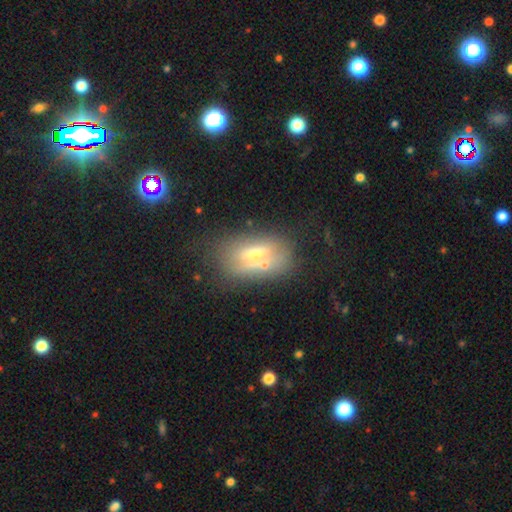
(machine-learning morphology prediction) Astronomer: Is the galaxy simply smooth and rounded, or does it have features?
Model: smooth — 48% (runner-up: featured or disk, 39%).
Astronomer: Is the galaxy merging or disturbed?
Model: none — 54%.